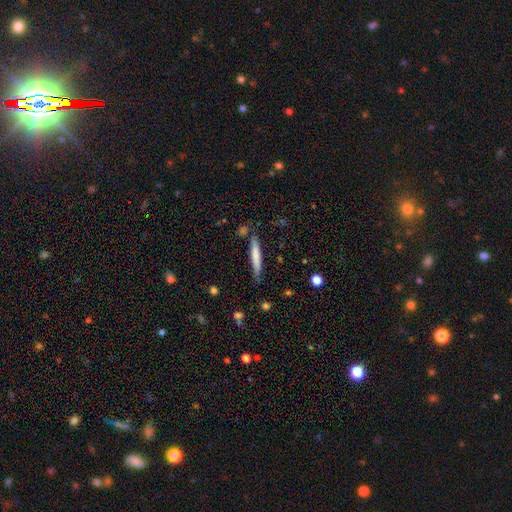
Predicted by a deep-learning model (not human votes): Overall: smooth (69%). How rounded: cigar-shaped (94%). Merging: none (78%).